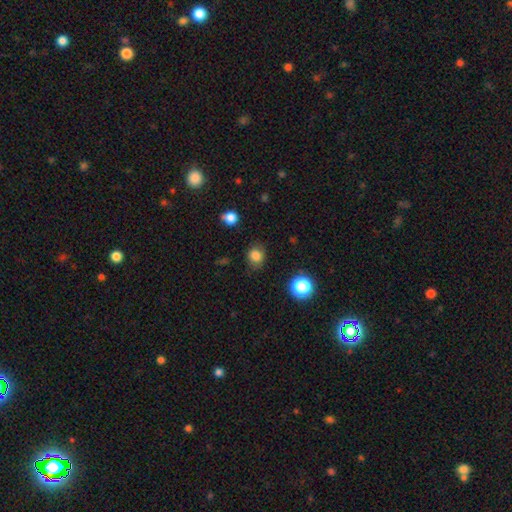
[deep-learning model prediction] Morphology: type=smooth (82%); roundness=round (72%); merging=none (81%).